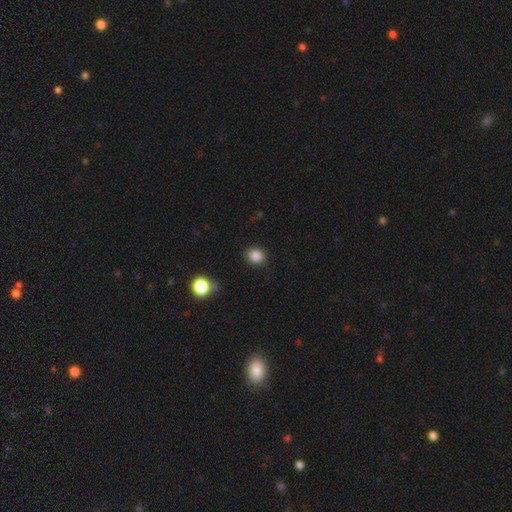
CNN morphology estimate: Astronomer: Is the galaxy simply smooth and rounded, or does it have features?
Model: smooth — 86%.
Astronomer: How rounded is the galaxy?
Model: round — 69%.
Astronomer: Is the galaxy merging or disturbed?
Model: none — 85%.